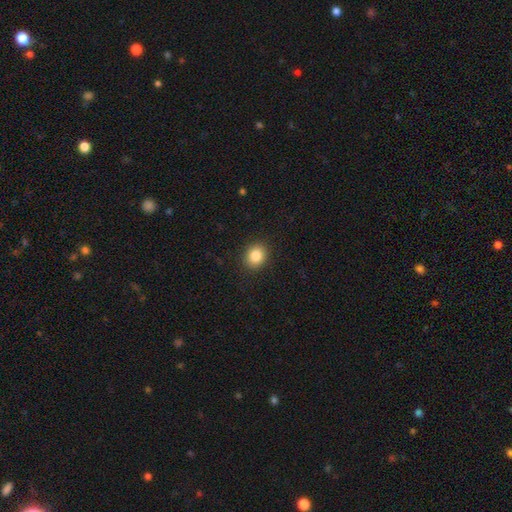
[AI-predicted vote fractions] smooth_or_featured: smooth (p=0.85) [alt: star or artifact p=0.09]
how_rounded: round (p=0.67) [alt: in between p=0.32]
merging: none (p=0.90) [alt: minor disturbance p=0.07]